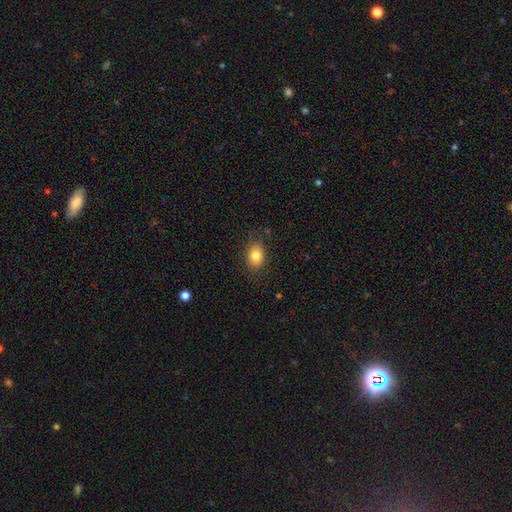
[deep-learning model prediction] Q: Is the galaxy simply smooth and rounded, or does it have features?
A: smooth — 82%.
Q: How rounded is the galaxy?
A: in between — 74%.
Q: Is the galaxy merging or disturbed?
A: none — 82%.